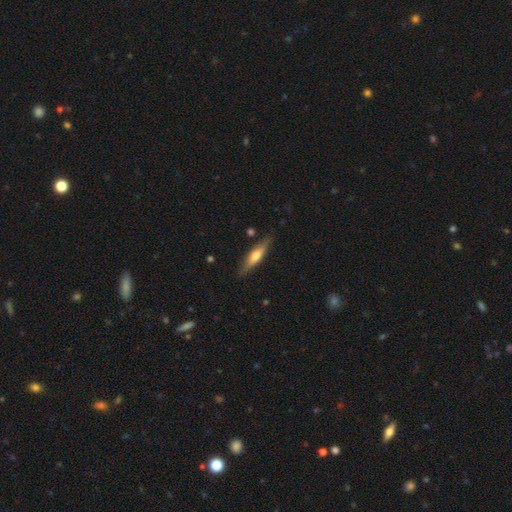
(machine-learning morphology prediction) type=featured or disk (49%); merging=none (85%).